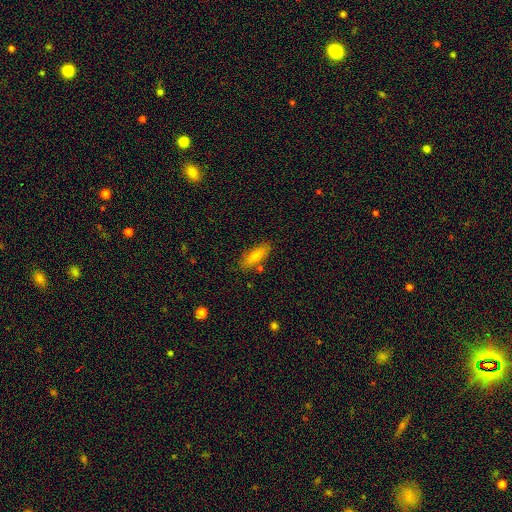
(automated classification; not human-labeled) This appears to be a smooth galaxy with no disk features (73%) that is in between round and cigar-shaped (58%). Merging: none (81%).